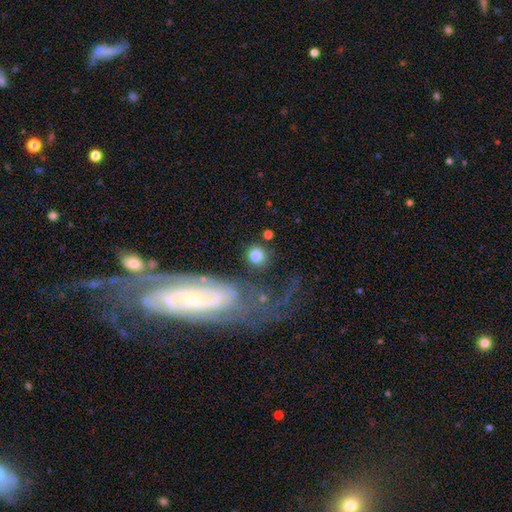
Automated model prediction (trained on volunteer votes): The model was most divided on "smooth or featured": smooth: 79%, featured or disk: 13%, star or artifact: 8%. More confident: how rounded — round (88%); merging — none (77%).